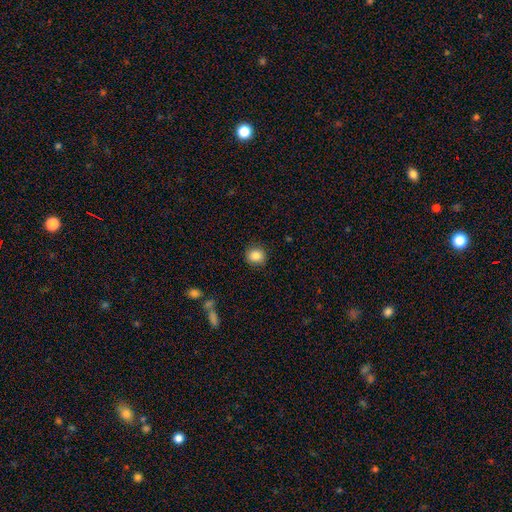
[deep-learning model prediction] A smooth galaxy with no disk features (86%) that is round (80%). Merging: none (89%).